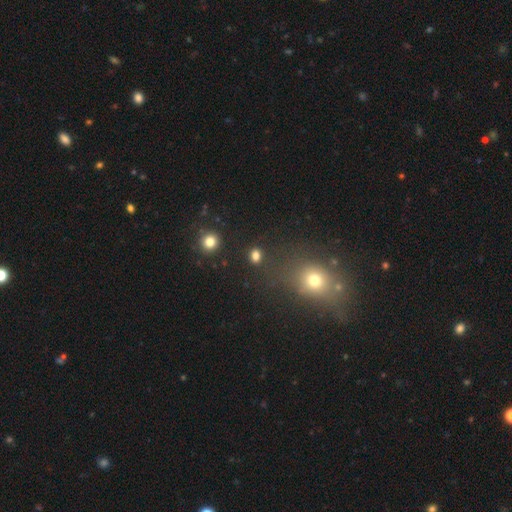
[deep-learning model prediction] This appears to be a smooth galaxy with no disk features (80%) that is round (55%). Merging: none (83%).